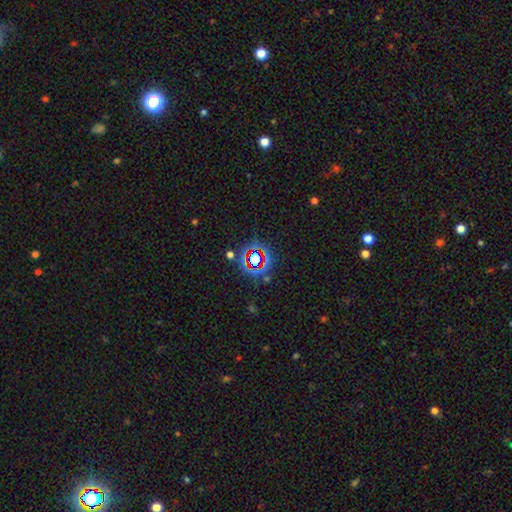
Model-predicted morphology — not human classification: Smooth or featured? star or artifact (70%)